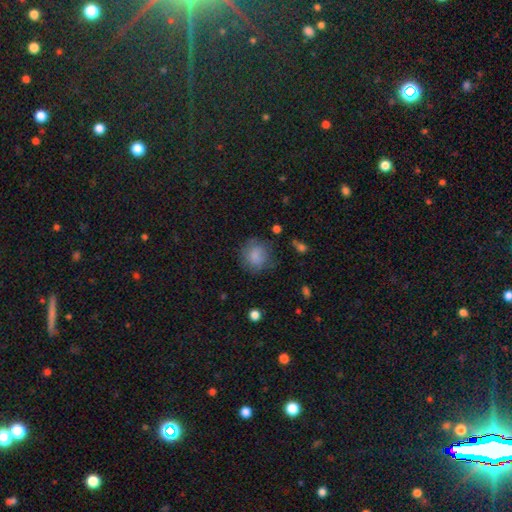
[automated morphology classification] type=smooth (80%); roundness=round (79%); merging=none (69%).